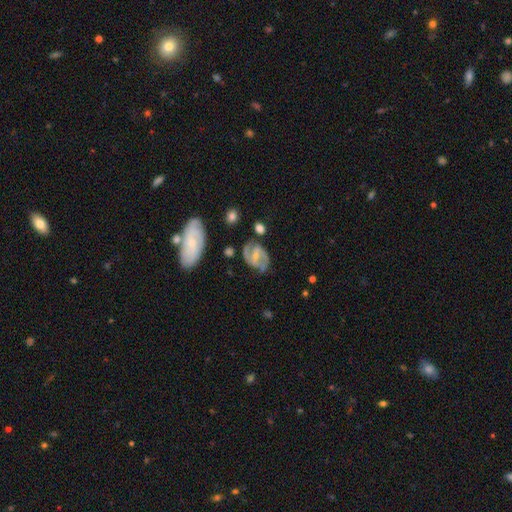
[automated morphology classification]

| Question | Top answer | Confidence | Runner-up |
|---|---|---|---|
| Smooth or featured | featured or disk | 85% | smooth (10%) |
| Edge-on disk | no | 97% | yes (3%) |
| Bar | weak | 45% | strong (36%) |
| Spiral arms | yes | 95% | no (5%) |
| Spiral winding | medium | 53% | loose (25%) |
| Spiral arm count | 2 | 91% | can't tell (4%) |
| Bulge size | small | 61% | moderate (25%) |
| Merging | none | 70% | minor disturbance (18%) |